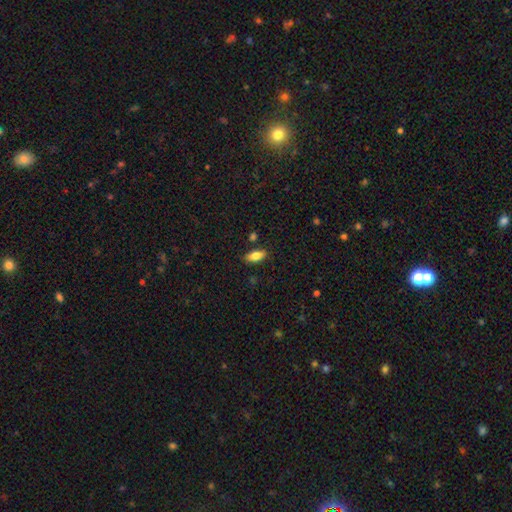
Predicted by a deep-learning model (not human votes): A smooth galaxy with no disk features (80%) that is in between round and cigar-shaped (87%).

Vote fractions:
- Smooth or featured? smooth: 80% / featured or disk: 13% / star or artifact: 8%
- How rounded? in between: 87% / cigar-shaped: 10% / round: 3%
- Merging? none: 84% / minor disturbance: 11% / merger: 3% / major disturbance: 2%